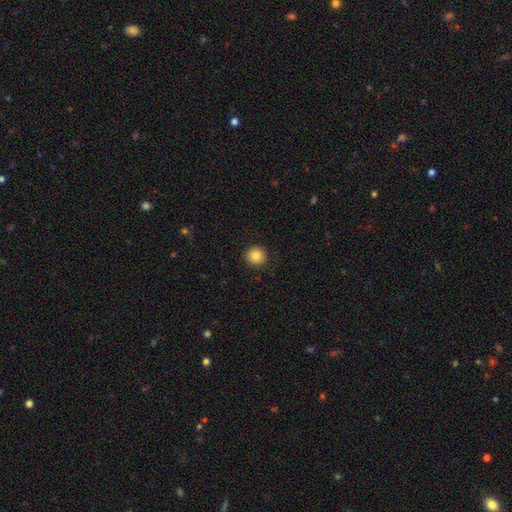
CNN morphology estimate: Overall: smooth (84%). How rounded: round (93%). Merging: none (88%).